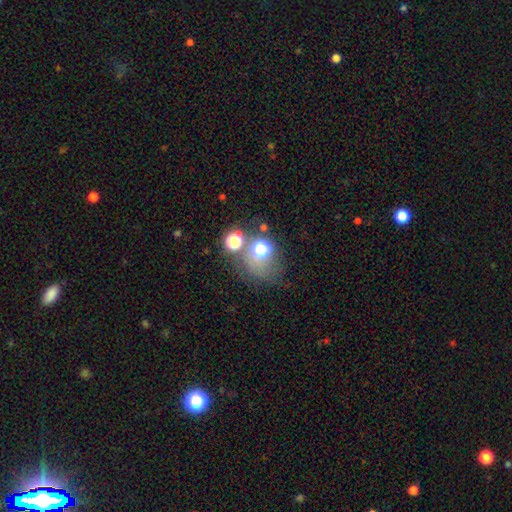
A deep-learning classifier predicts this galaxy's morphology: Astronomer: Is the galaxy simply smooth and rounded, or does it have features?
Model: smooth — 48% (runner-up: star or artifact, 35%).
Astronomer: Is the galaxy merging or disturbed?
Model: none — 50%.